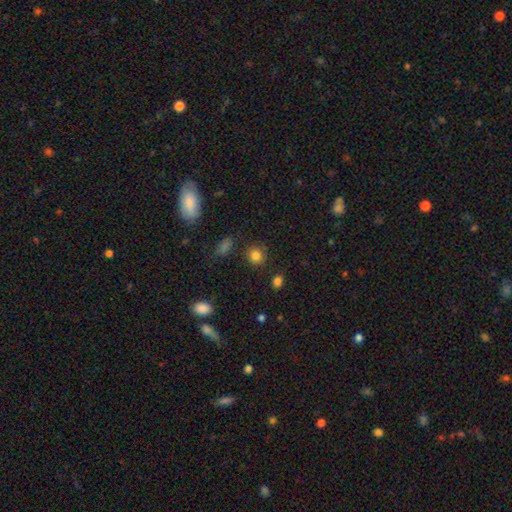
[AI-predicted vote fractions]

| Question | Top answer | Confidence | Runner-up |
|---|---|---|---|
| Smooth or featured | smooth | 82% | star or artifact (13%) |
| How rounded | round | 86% | in between (13%) |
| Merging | none | 85% | minor disturbance (9%) |